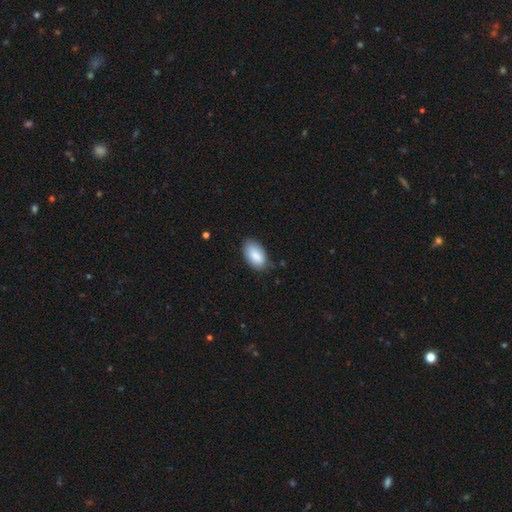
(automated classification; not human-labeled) This appears to be a smooth galaxy with no disk features (85%) that is in between round and cigar-shaped (94%). Merging: none (74%).